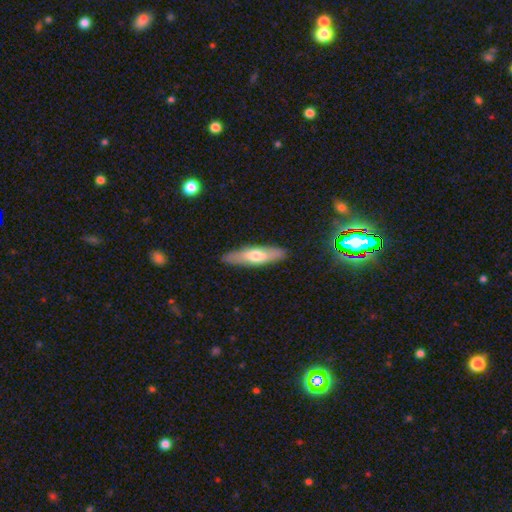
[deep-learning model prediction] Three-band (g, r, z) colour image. It shows a smooth galaxy with no disk features (56%) that is cigar-shaped (67%). Merging: none (88%).